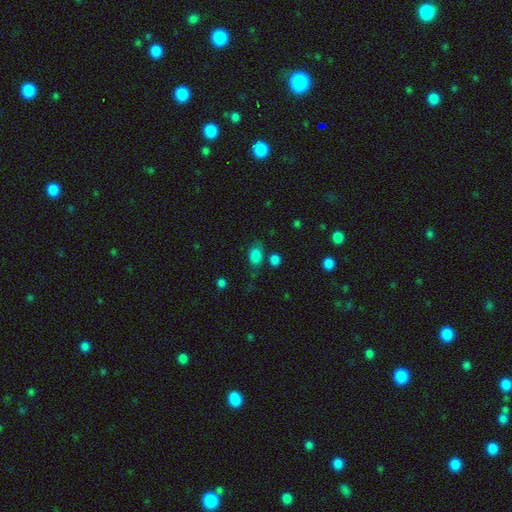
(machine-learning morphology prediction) This is clearly a smooth galaxy (83%). How rounded: likely in between (74%). Merging: likely none (63%).